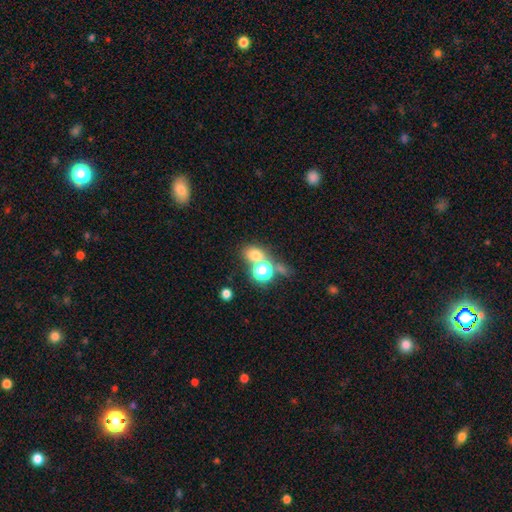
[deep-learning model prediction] A smooth galaxy with no disk features (68%) that is round (62%).

Vote fractions:
- Smooth or featured? smooth: 68% / star or artifact: 21% / featured or disk: 10%
- How rounded? round: 62% / in between: 37% / cigar-shaped: 1%
- Merging? none: 51% / merger: 36% / minor disturbance: 9% / major disturbance: 5%